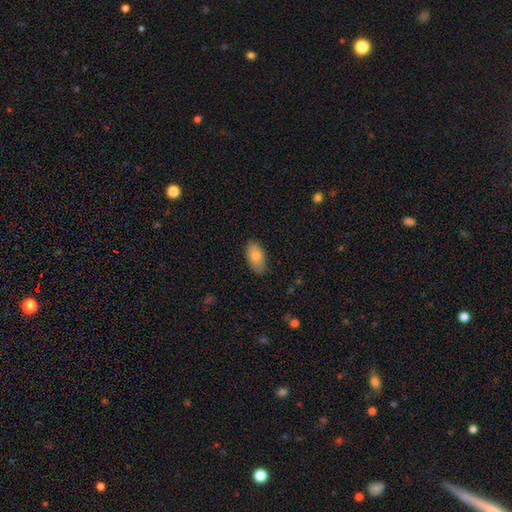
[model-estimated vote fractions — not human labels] This appears to be a smooth galaxy with no disk features (83%) that is in between round and cigar-shaped (94%). Merging: none (85%).